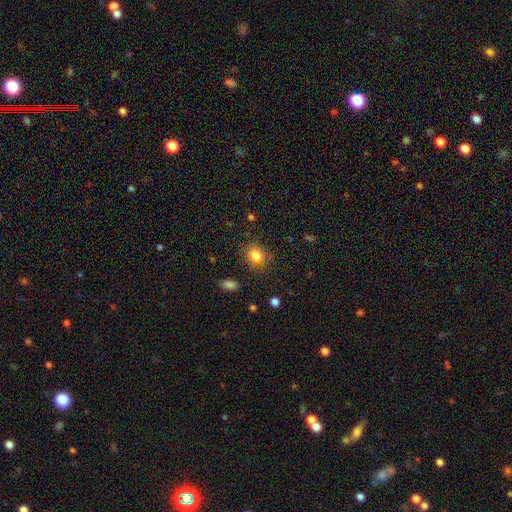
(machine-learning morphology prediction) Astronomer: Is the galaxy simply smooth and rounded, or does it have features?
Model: smooth — 84%.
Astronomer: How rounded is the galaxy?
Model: round — 70%.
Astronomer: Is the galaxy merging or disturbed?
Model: none — 80%.